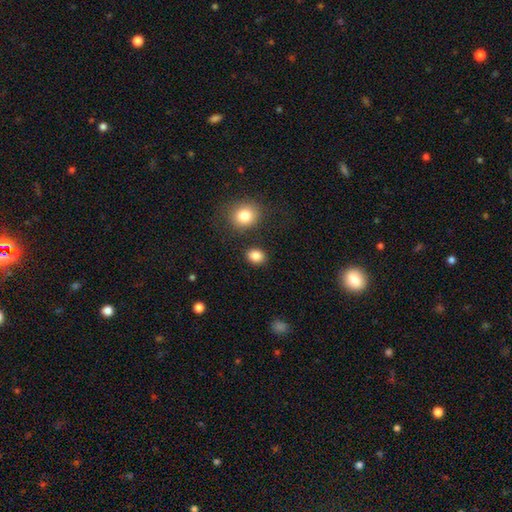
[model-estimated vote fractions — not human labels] Smooth or featured? Predicted: smooth (p=0.85). How rounded? Predicted: in between (p=0.53). Merging? Predicted: none (p=0.84).